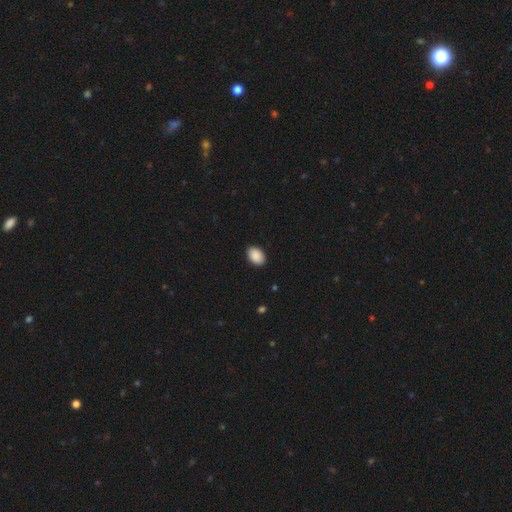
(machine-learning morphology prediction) Smooth or featured? Predicted: smooth (p=0.90). How rounded? Predicted: in between (p=0.86). Merging? Predicted: none (p=0.90).